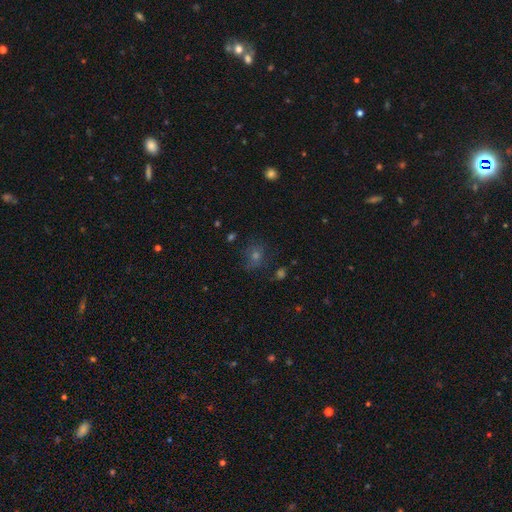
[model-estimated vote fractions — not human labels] Overall: smooth (42%; star or artifact 36%). Merging: none (75%).